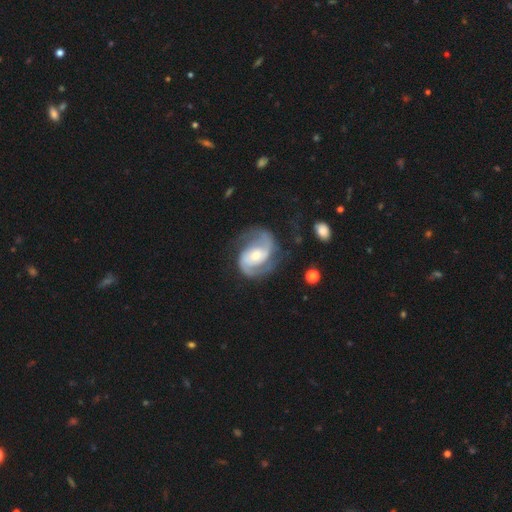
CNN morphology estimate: Smooth or featured? featured or disk (90%)
Edge-on disk? no (98%)
Bar? no (45%)
Spiral arms? yes (97%)
Spiral winding? medium (53%)
Spiral arm count? 2 (90%)
Bulge size? moderate (55%)
Merging? none (68%)